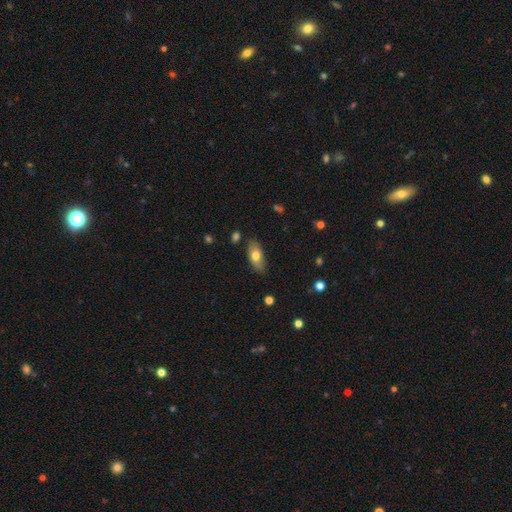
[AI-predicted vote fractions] Overall: smooth (70%). How rounded: in between (85%). Merging: none (83%).